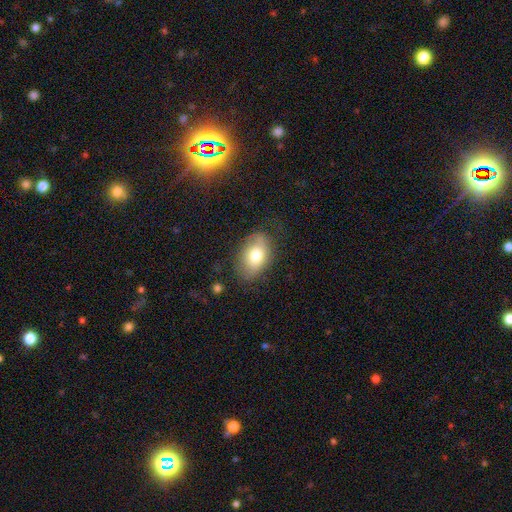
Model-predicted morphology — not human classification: A smooth galaxy with no disk features (74%) that is in between round and cigar-shaped (86%). Merging: none (72%).